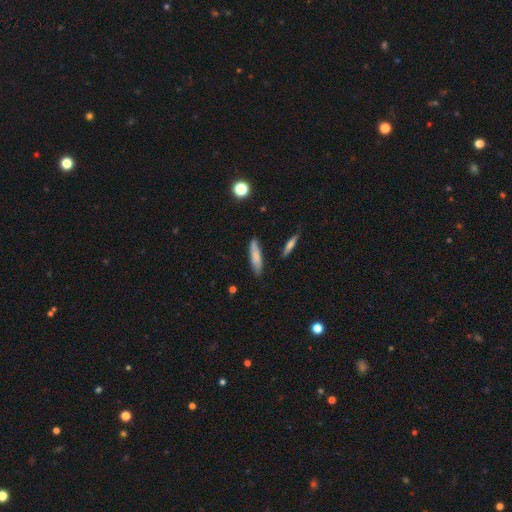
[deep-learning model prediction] Q: Smooth or featured?
A: smooth (74%); runner-up: featured or disk (19%)
Q: How rounded?
A: cigar-shaped (71%); runner-up: in between (28%)
Q: Merging?
A: none (81%); runner-up: minor disturbance (14%)